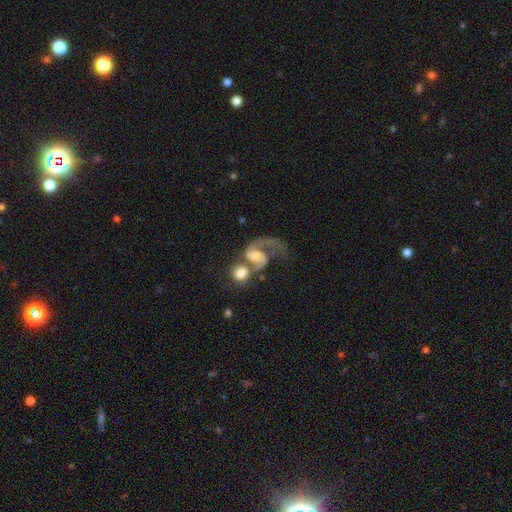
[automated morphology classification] This appears to be a featured or disk galaxy (82%) with no bar (48%), 2 (68%) loose (50%) spiral arms (96%) and a moderate central bulge (43%). Merging: merger (52%).